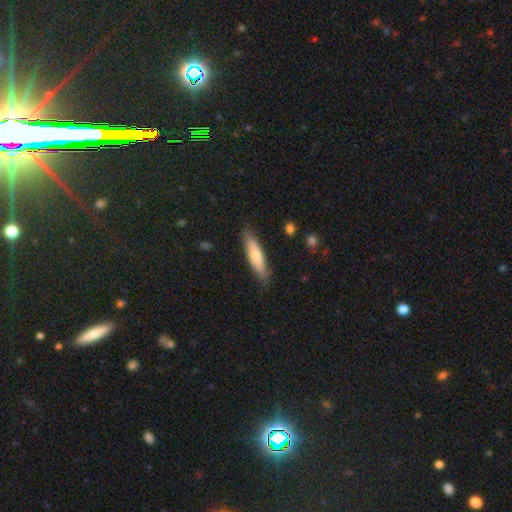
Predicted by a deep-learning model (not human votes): Q: Smooth or featured?
A: smooth (69%); runner-up: featured or disk (26%)
Q: How rounded?
A: cigar-shaped (78%); runner-up: in between (21%)
Q: Merging?
A: none (84%); runner-up: minor disturbance (12%)